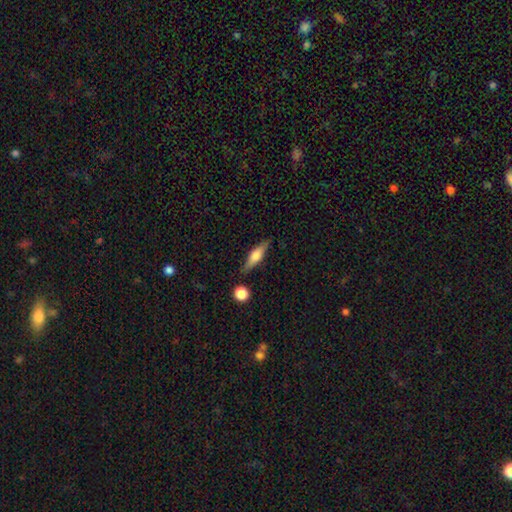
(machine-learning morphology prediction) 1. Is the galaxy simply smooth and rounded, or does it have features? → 53% smooth, 40% featured or disk, 7% star or artifact.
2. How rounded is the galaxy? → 61% cigar-shaped, 35% in between, 3% round.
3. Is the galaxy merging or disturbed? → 81% none, 12% minor disturbance, 4% merger, 3% major disturbance.